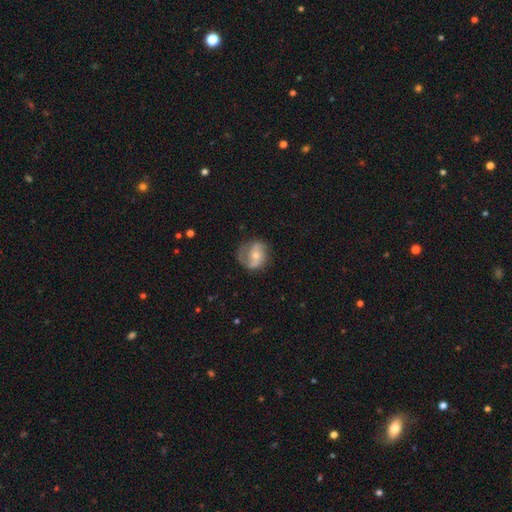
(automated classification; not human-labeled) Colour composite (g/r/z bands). It shows a featured or disk galaxy (60%) with no bar (59%), spiral arms (82%) and a moderate central bulge (52%). Merging: none (58%).